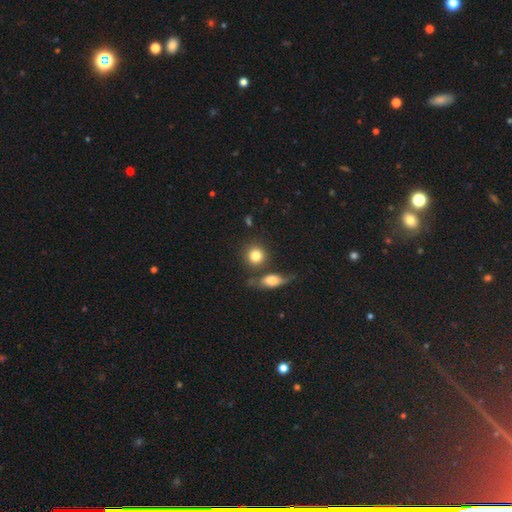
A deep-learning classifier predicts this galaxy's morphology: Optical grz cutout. It shows a smooth galaxy with no disk features (81%) that is round (85%). Merging: none (69%).